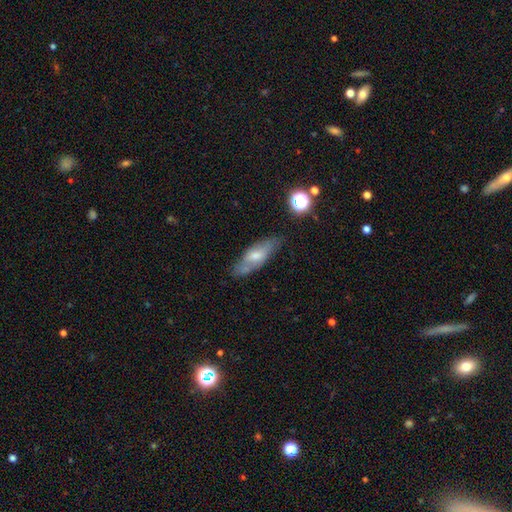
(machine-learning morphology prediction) Overall: smooth (47%; featured or disk 45%). Merging: none (71%).